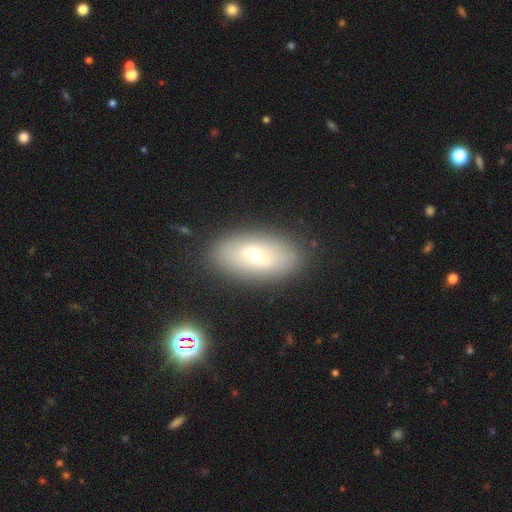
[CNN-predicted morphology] This is possibly a smooth galaxy (51%). How rounded: clearly in between (87%). Merging: clearly none (84%).